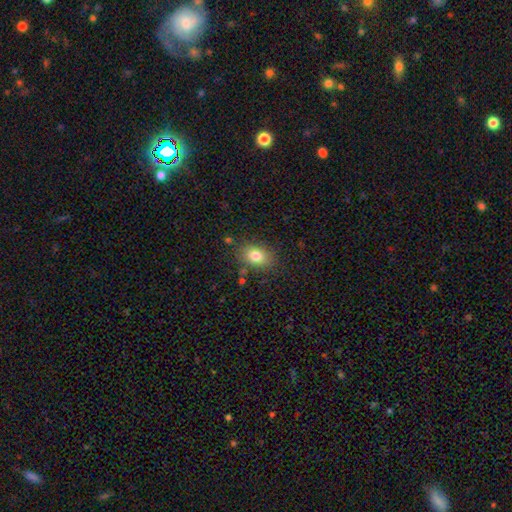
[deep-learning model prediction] A smooth galaxy with no disk features (79%) that is in between round and cigar-shaped (71%). Merging: none (81%).